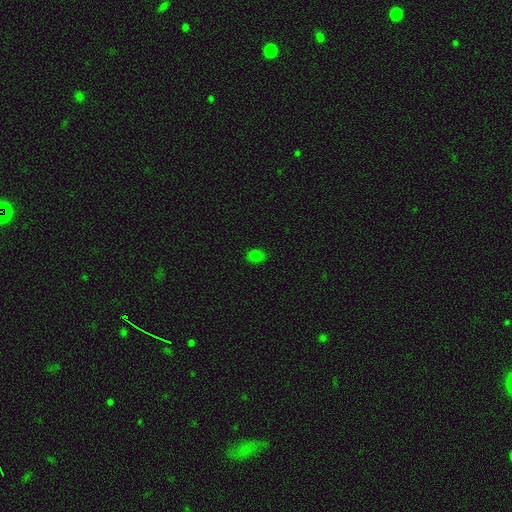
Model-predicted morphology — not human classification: The model was most divided on "how rounded": in between: 57%, round: 41%, cigar-shaped: 1%. More confident: merging — none (83%); smooth or featured — smooth (79%).